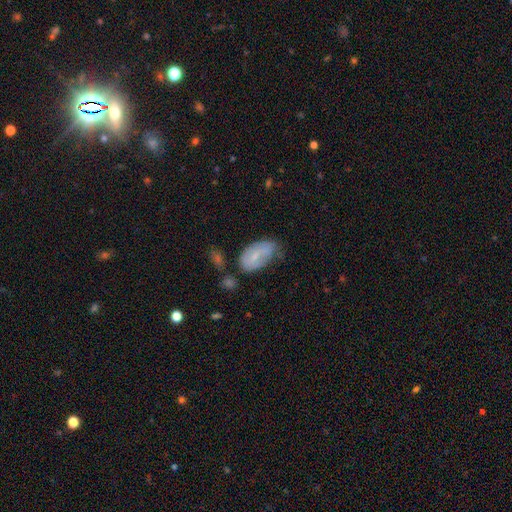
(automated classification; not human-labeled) smooth 56%, featured or disk 36%, star or artifact 8%. Down the decision tree: how rounded — in between (92%); merging — none (40%).